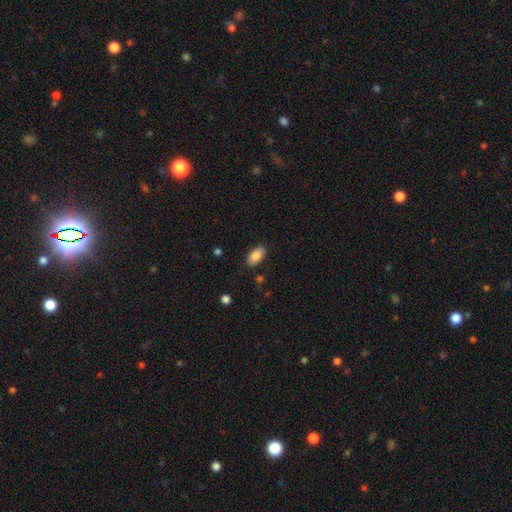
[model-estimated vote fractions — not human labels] Q: Smooth or featured?
A: smooth (86%); runner-up: featured or disk (7%)
Q: How rounded?
A: in between (94%); runner-up: cigar-shaped (3%)
Q: Merging?
A: none (86%); runner-up: minor disturbance (11%)